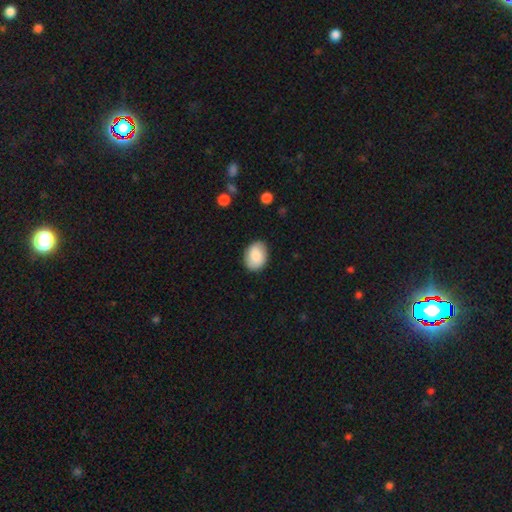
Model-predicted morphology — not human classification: This appears to be a smooth galaxy with no disk features (86%) that is in between round and cigar-shaped (78%). Merging: none (85%).